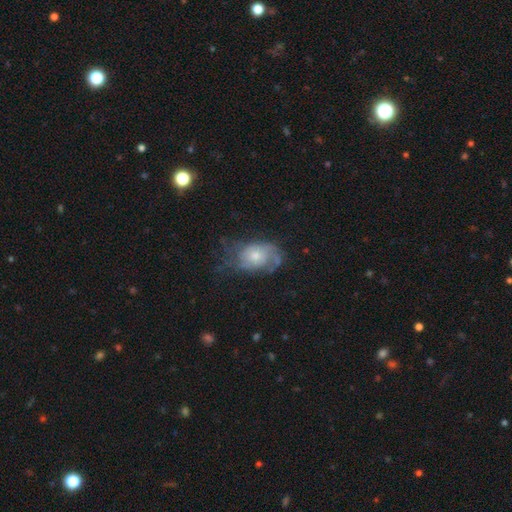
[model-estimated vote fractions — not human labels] A featured or disk galaxy (66%) with no bar (80%), tight (40%) spiral arms (82%) and a moderate central bulge (56%). Merging: none (45%).